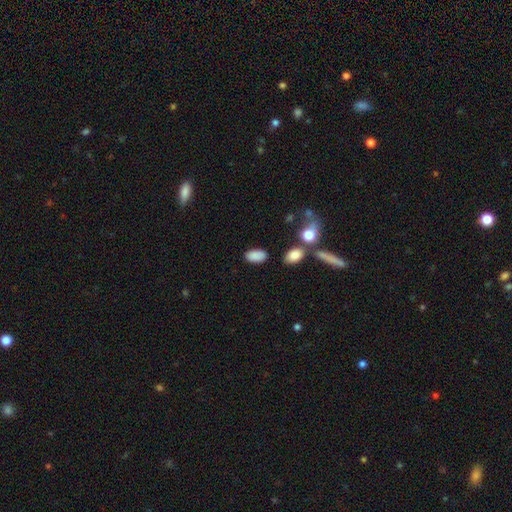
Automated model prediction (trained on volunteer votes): smooth_or_featured: smooth (p=0.87) [alt: star or artifact p=0.08]
how_rounded: in between (p=0.93) [alt: round p=0.04]
merging: none (p=0.80) [alt: minor disturbance p=0.11]